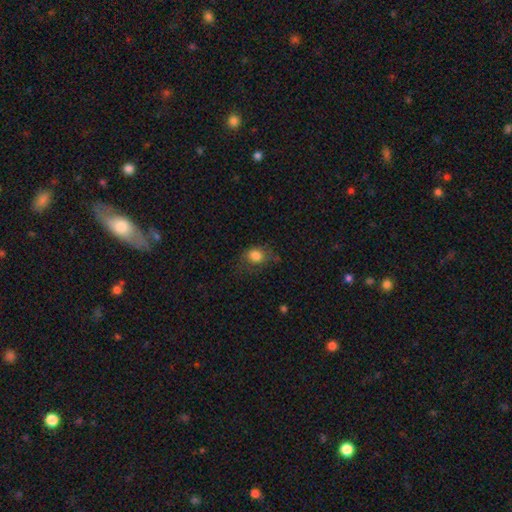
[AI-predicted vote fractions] Smooth or featured?
  - smooth: 80% *
  - star or artifact: 10%
  - featured or disk: 10%
How rounded?
  - round: 55% *
  - in between: 44%
  - cigar-shaped: 1%
Merging?
  - none: 53% *
  - minor disturbance: 27%
  - major disturbance: 17%
  - merger: 2%